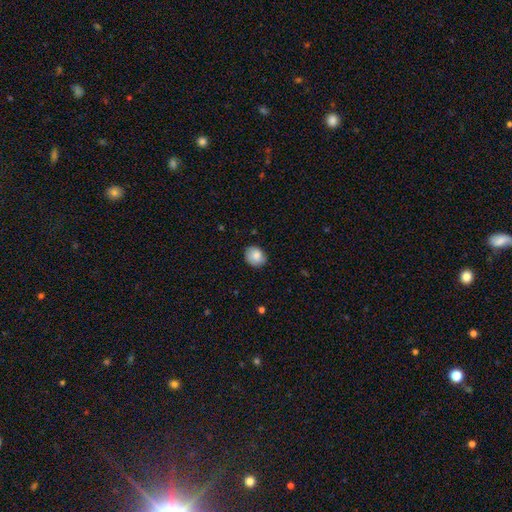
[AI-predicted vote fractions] Q: Smooth or featured?
A: smooth (77%); runner-up: featured or disk (15%)
Q: How rounded?
A: round (52%); runner-up: in between (47%)
Q: Merging?
A: none (75%); runner-up: minor disturbance (20%)